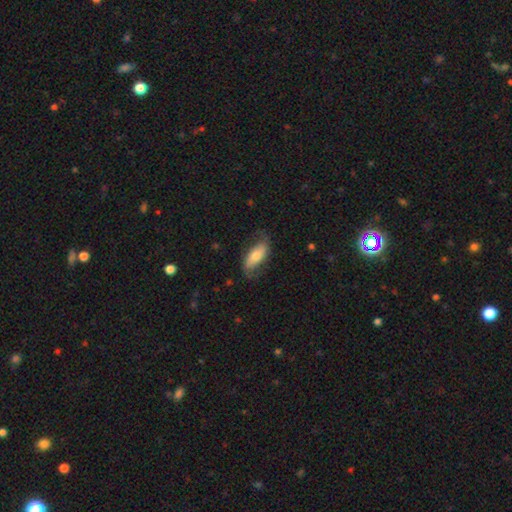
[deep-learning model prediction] Smooth or featured? Predicted: smooth (p=0.51). How rounded? Predicted: in between (p=0.80). Merging? Predicted: none (p=0.67).